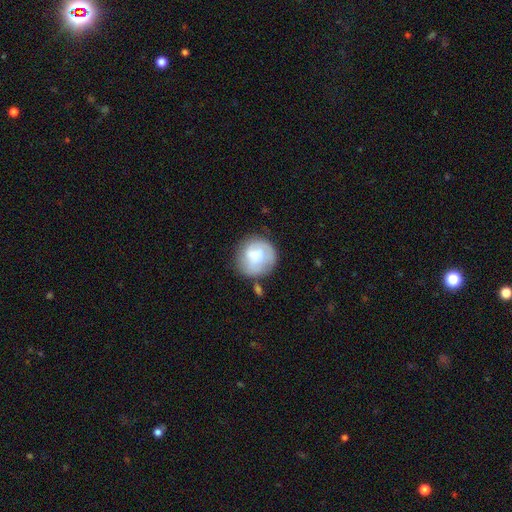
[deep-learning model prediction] This is possibly a smooth galaxy (56%). How rounded: clearly round (88%). Merging: likely none (61%).